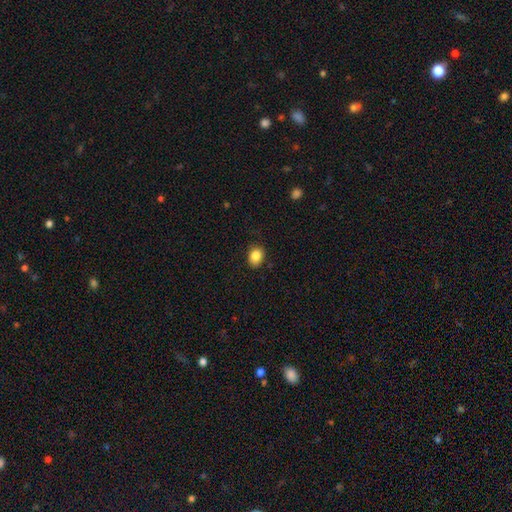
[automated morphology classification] Overall: smooth (85%). How rounded: in between (53%; round 47%). Merging: none (83%).